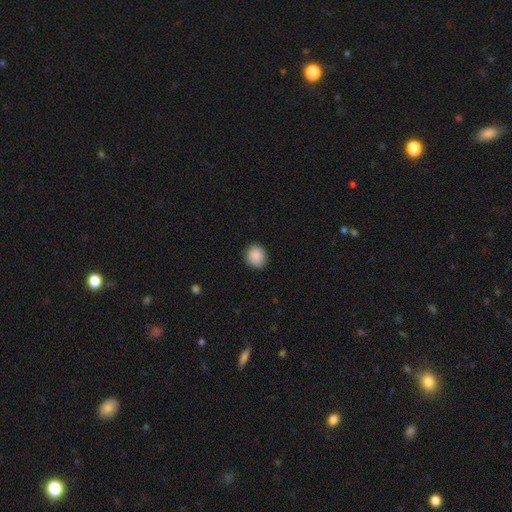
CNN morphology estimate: Smooth or featured? Predicted: smooth (p=0.89). How rounded? Predicted: round (p=0.77). Merging? Predicted: none (p=0.86).